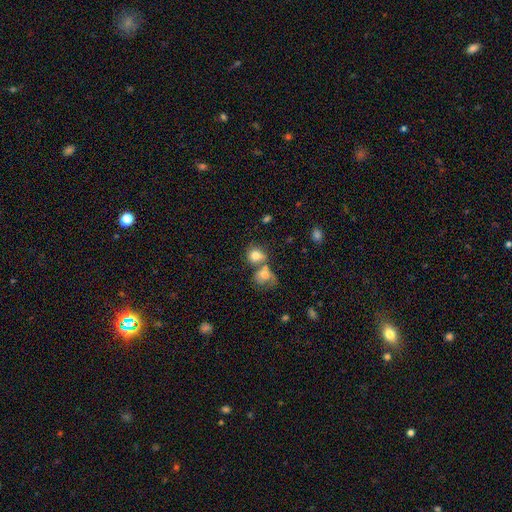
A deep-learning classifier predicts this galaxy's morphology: The model was most divided on "merging": merger: 47%, none: 36%, minor disturbance: 11%, major disturbance: 6%. More confident: smooth or featured — smooth (78%); how rounded — round (66%).